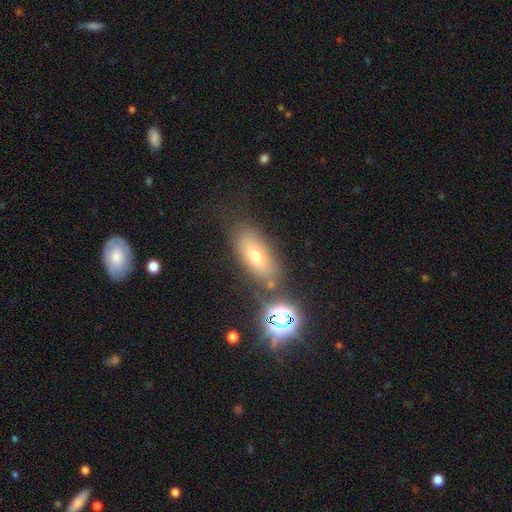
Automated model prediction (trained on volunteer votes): Overall: smooth (63%). How rounded: in between (80%). Merging: none (73%).